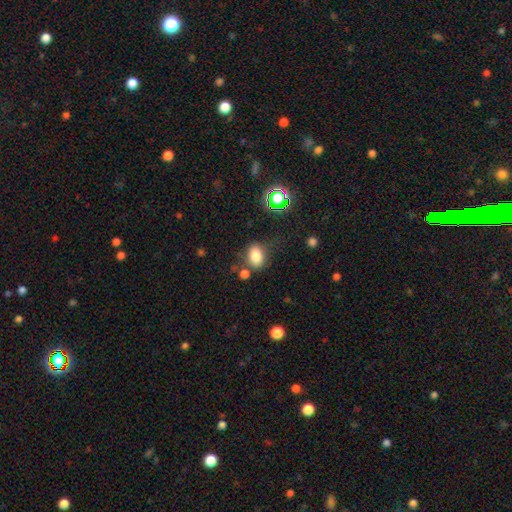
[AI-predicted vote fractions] A smooth galaxy with no disk features (79%) that is in between round and cigar-shaped (70%).

Vote fractions:
- Smooth or featured? smooth: 79% / star or artifact: 13% / featured or disk: 8%
- How rounded? in between: 70% / round: 29% / cigar-shaped: 1%
- Merging? none: 66% / minor disturbance: 17% / merger: 10% / major disturbance: 6%